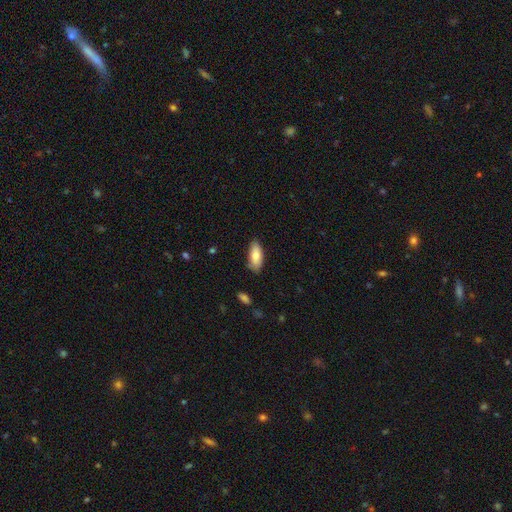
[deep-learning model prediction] Q: Smooth or featured?
A: smooth (80%); runner-up: featured or disk (13%)
Q: How rounded?
A: in between (84%); runner-up: cigar-shaped (14%)
Q: Merging?
A: none (77%); runner-up: minor disturbance (19%)